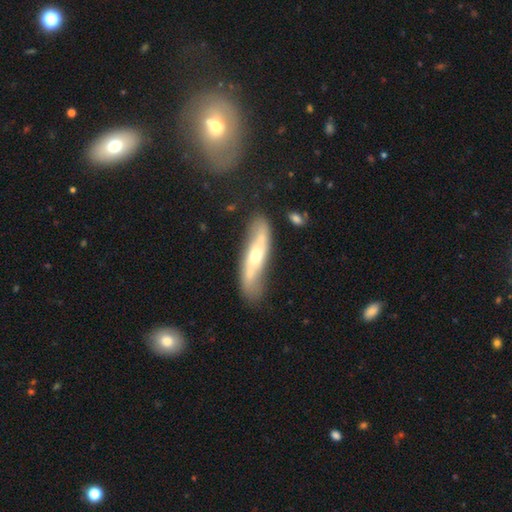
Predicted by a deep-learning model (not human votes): Smooth or featured?
  - featured or disk: 62% *
  - smooth: 32%
  - star or artifact: 6%
Edge-on disk?
  - no: 59% *
  - yes: 41%
Merging?
  - none: 69% *
  - minor disturbance: 20%
  - major disturbance: 7%
  - merger: 4%